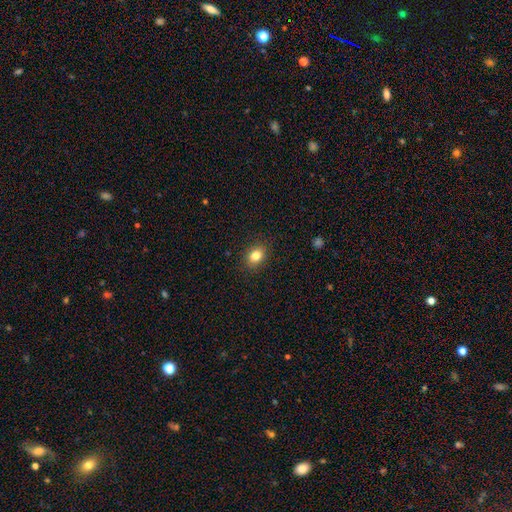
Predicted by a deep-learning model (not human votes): A smooth galaxy with no disk features (82%) that is in between round and cigar-shaped (62%).

Vote fractions:
- Smooth or featured? smooth: 82% / star or artifact: 10% / featured or disk: 7%
- How rounded? in between: 62% / round: 37% / cigar-shaped: 1%
- Merging? none: 88% / minor disturbance: 9% / major disturbance: 2% / merger: 1%